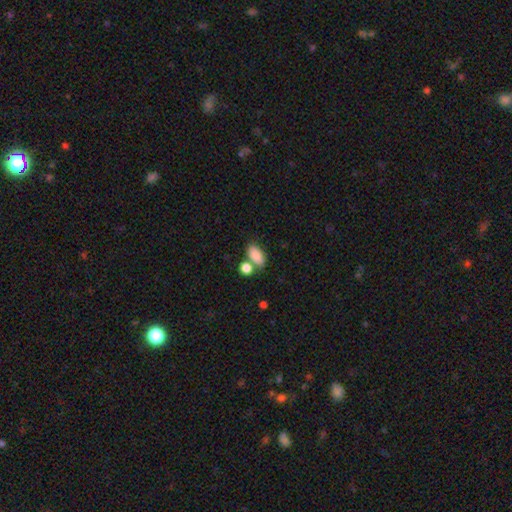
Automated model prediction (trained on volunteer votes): Q: Smooth or featured?
A: smooth (84%); runner-up: star or artifact (8%)
Q: How rounded?
A: in between (88%); runner-up: round (8%)
Q: Merging?
A: none (55%); runner-up: merger (28%)